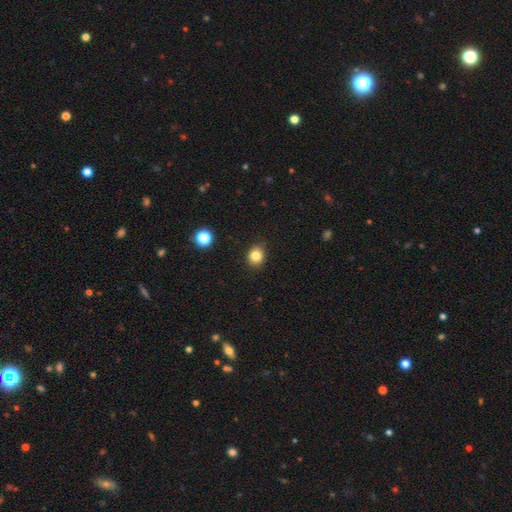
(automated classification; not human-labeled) Smooth or featured? smooth (83%)
How rounded? round (78%)
Merging? none (88%)